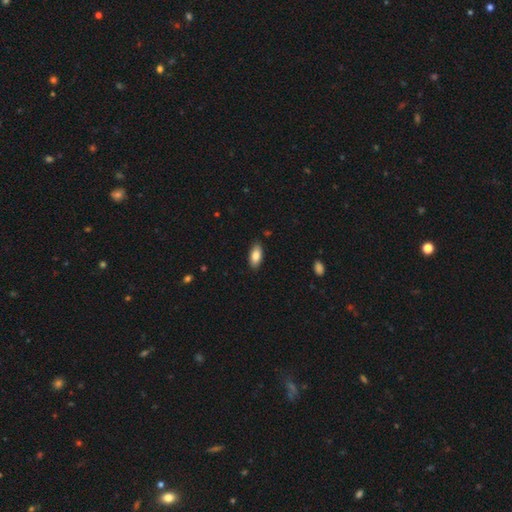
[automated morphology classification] smooth 84%, featured or disk 10%, star or artifact 7%. Down the decision tree: how rounded — in between (89%); merging — none (87%).